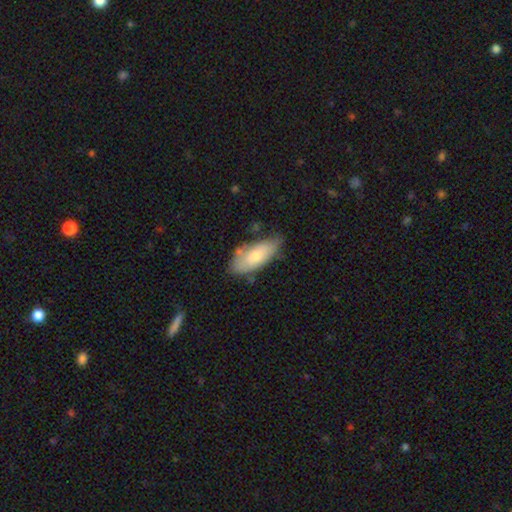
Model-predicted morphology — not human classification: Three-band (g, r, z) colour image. It shows a smooth galaxy with no disk features (70%) that is in between round and cigar-shaped (83%). Merging: none (65%).